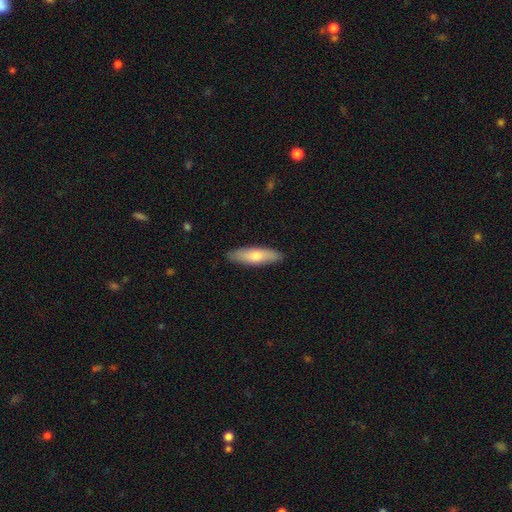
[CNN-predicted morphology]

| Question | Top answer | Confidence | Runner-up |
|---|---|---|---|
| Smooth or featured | smooth | 68% | featured or disk (27%) |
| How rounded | cigar-shaped | 67% | in between (32%) |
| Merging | none | 88% | minor disturbance (9%) |